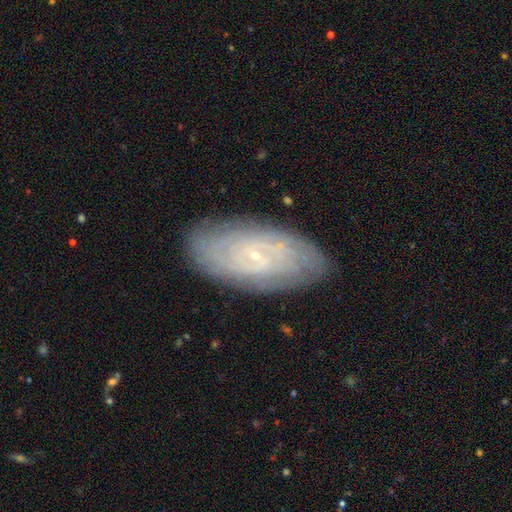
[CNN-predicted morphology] Smooth or featured? featured or disk (75%)
Edge-on disk? no (92%)
Bar? no (68%)
Spiral arms? yes (89%)
Spiral winding? tight (78%)
Spiral arm count? can't tell (53%)
Bulge size? small (88%)
Merging? none (83%)